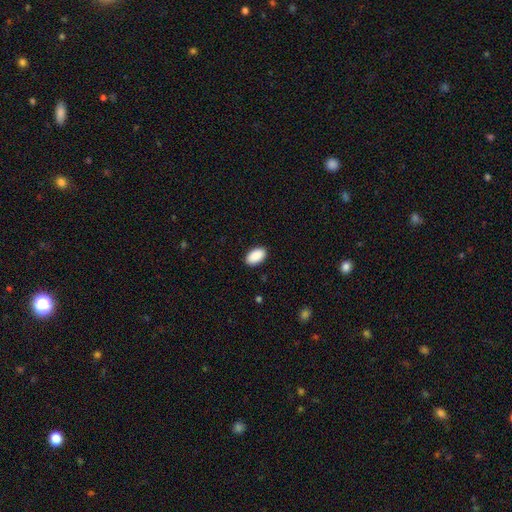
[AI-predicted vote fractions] Morphology: type=smooth (91%); roundness=in between (95%); merging=none (90%).